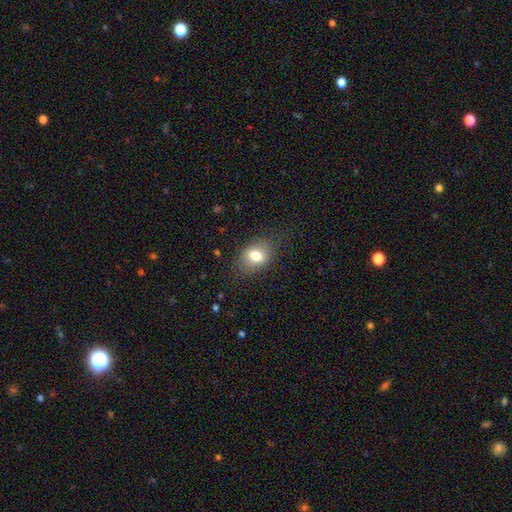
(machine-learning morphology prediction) Overall: smooth (72%). How rounded: in between (70%). Merging: none (76%).